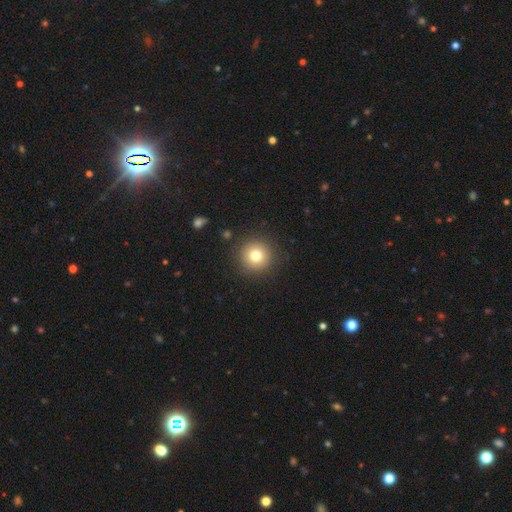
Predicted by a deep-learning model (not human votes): smooth_or_featured: smooth (p=0.78) [alt: star or artifact p=0.11]
how_rounded: round (p=0.95) [alt: in between p=0.04]
merging: none (p=0.90) [alt: minor disturbance p=0.06]